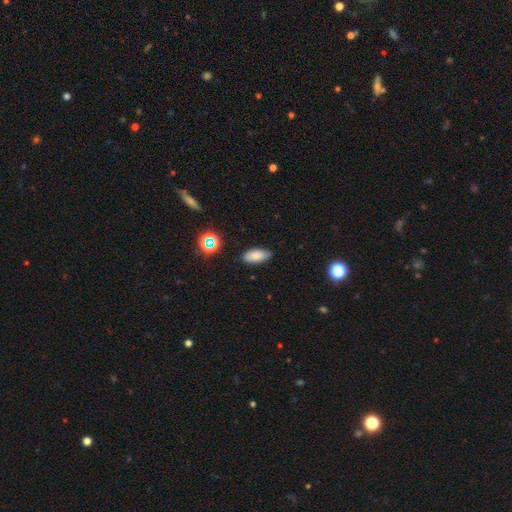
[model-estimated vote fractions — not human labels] This is clearly a smooth galaxy (80%). How rounded: clearly in between (89%). Merging: clearly none (83%).